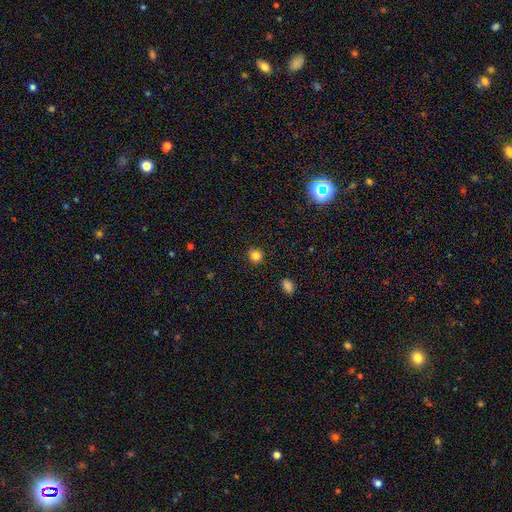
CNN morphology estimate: This appears to be a smooth galaxy with no disk features (83%) that is round (86%). Merging: none (90%).